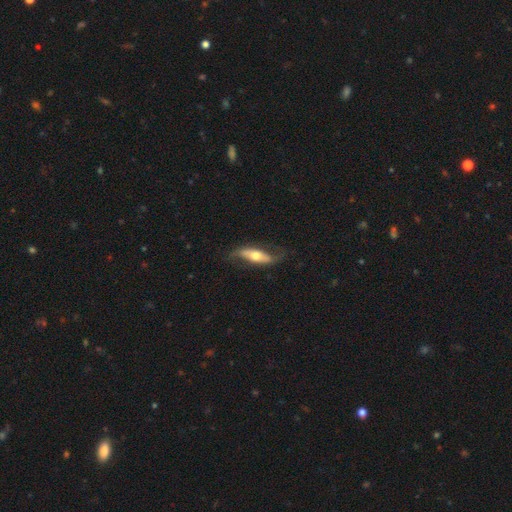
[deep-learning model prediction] This is likely a featured or disk galaxy (66%). It is likely not viewed edge-on (68%). Merging: likely none (65%).